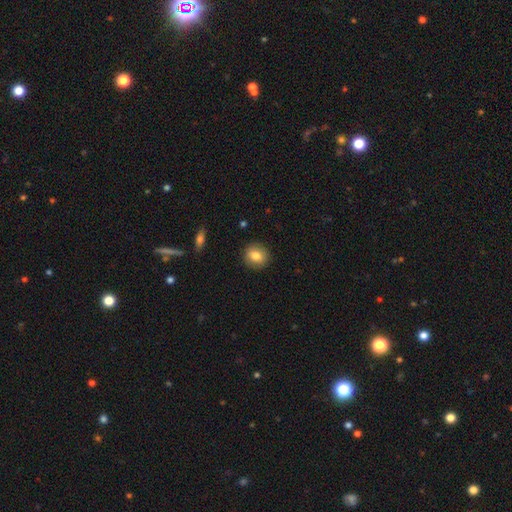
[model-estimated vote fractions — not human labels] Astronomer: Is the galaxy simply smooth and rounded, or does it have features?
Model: smooth — 81%.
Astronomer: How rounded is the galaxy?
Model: round — 84%.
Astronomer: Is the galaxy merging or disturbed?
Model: none — 91%.